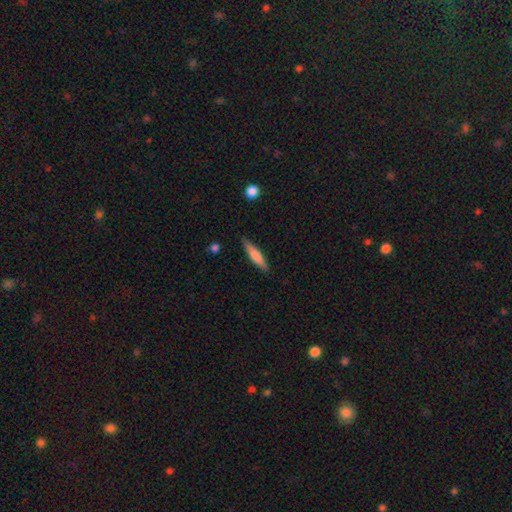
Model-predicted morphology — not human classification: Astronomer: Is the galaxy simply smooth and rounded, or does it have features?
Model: smooth — 62%.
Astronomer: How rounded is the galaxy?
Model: cigar-shaped — 84%.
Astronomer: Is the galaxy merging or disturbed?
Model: none — 86%.